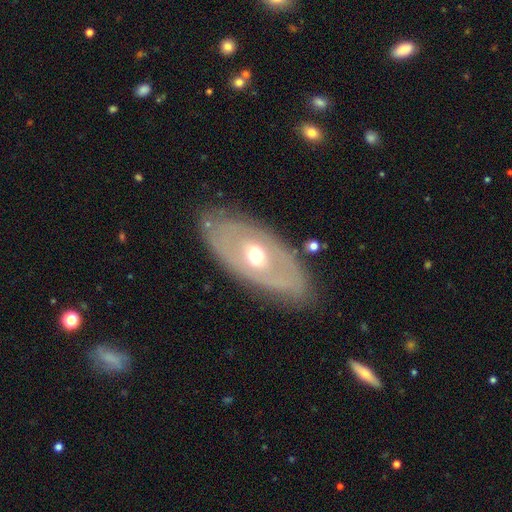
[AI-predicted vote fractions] This appears to be a featured or disk galaxy (66%) with no bar (75%), no spiral arms (71%) and a moderate central bulge (72%). Merging: none (80%).